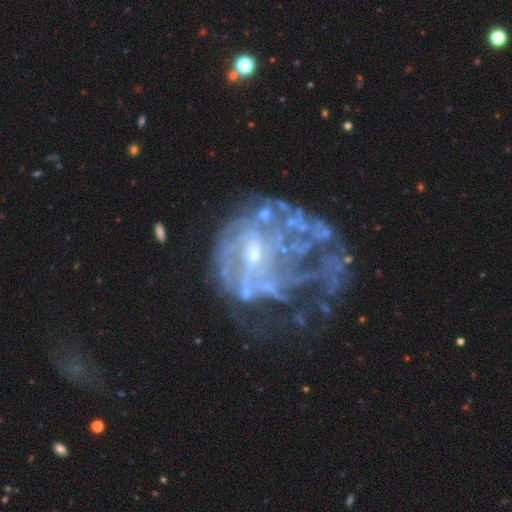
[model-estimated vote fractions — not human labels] A featured or disk galaxy (79%) with no bar (56%), spiral arms (59%) and a small central bulge (59%). Merging: major disturbance (44%).